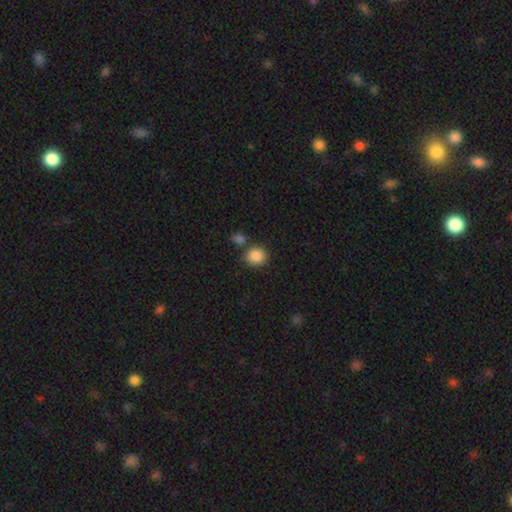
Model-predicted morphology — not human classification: Smooth or featured? Predicted: smooth (p=0.88). How rounded? Predicted: round (p=0.82). Merging? Predicted: none (p=0.70).